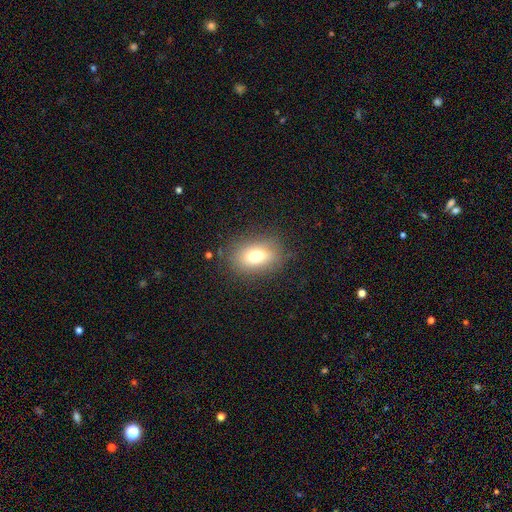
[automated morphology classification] This appears to be a smooth galaxy with no disk features (74%) that is in between round and cigar-shaped (78%). Merging: none (81%).